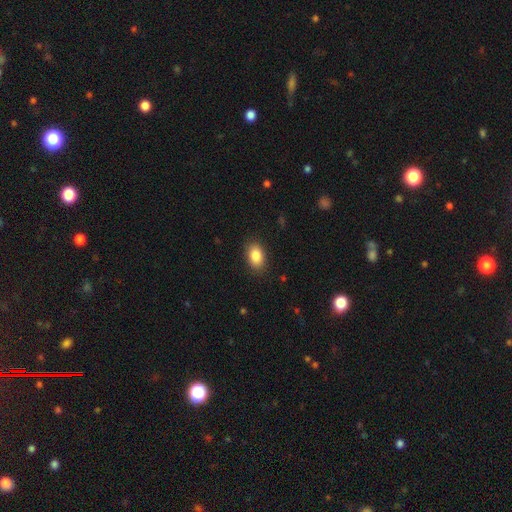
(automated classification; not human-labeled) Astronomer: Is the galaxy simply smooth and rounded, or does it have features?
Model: smooth — 86%.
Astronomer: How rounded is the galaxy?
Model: in between — 85%.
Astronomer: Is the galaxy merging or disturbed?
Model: none — 87%.